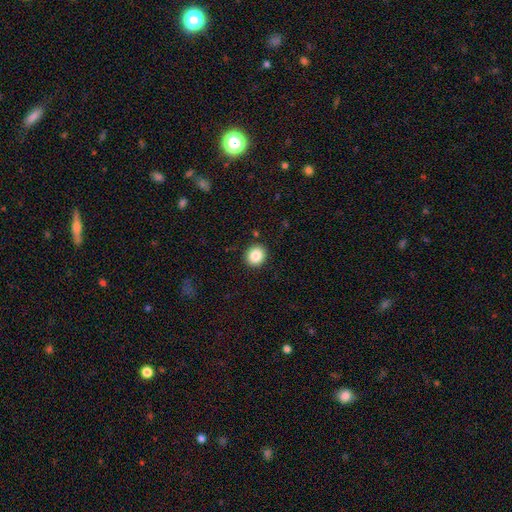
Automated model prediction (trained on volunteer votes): Morphology: type=smooth (86%); roundness=round (81%); merging=none (91%).